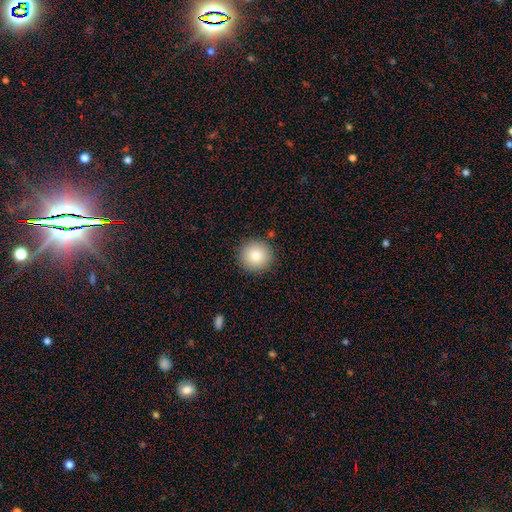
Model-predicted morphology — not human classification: Overall: smooth (83%). How rounded: round (94%). Merging: none (90%).